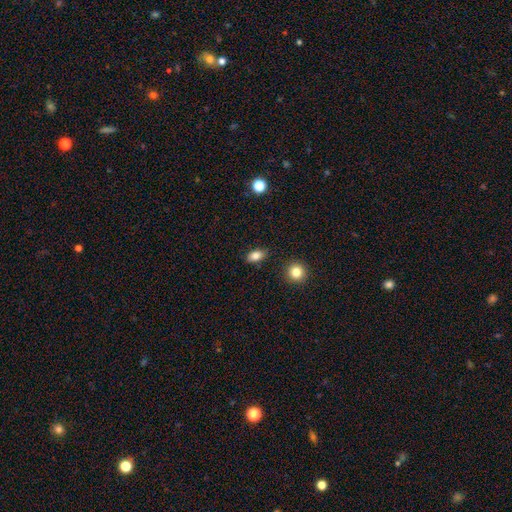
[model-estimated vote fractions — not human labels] smooth_or_featured: smooth (p=0.84) [alt: star or artifact p=0.09]
how_rounded: in between (p=0.86) [alt: round p=0.10]
merging: none (p=0.86) [alt: minor disturbance p=0.10]